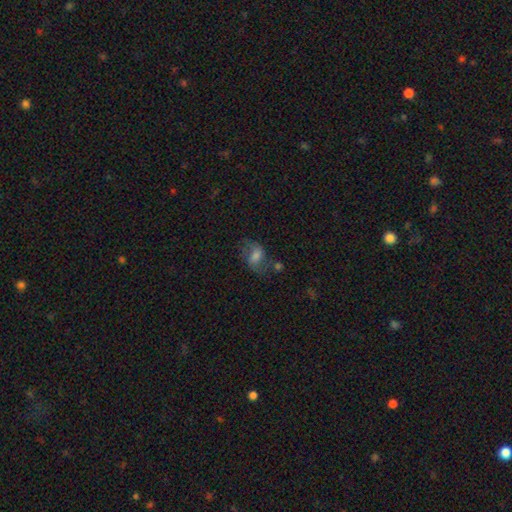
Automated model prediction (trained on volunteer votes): A smooth galaxy with no disk features (50%) that is in between round and cigar-shaped (75%). Merging: none (49%).